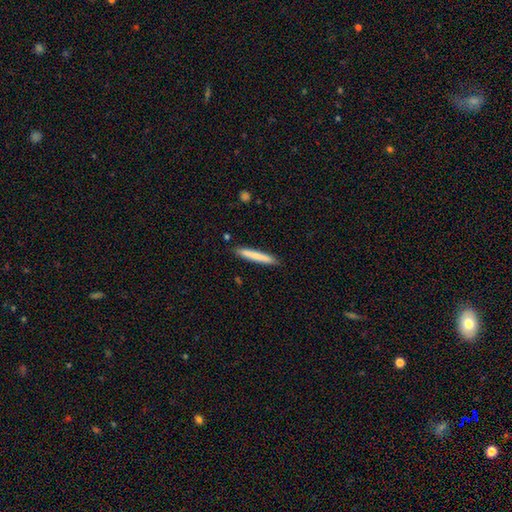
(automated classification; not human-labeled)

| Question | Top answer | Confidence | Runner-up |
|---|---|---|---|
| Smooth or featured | smooth | 76% | featured or disk (18%) |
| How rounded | cigar-shaped | 95% | in between (3%) |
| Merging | none | 89% | minor disturbance (8%) |